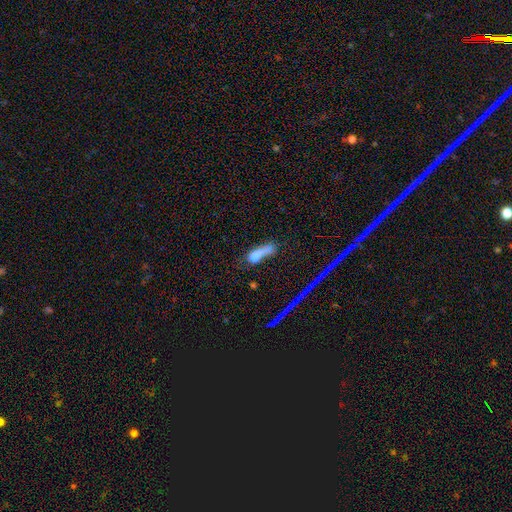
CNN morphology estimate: smooth-or-featured: smooth: 61% | featured or disk: 26% | star or artifact: 12%
  how-rounded: in between: 53% | cigar-shaped: 34% | round: 13%
  merging: major disturbance: 36% | none: 25% | merger: 22% | minor disturbance: 18%